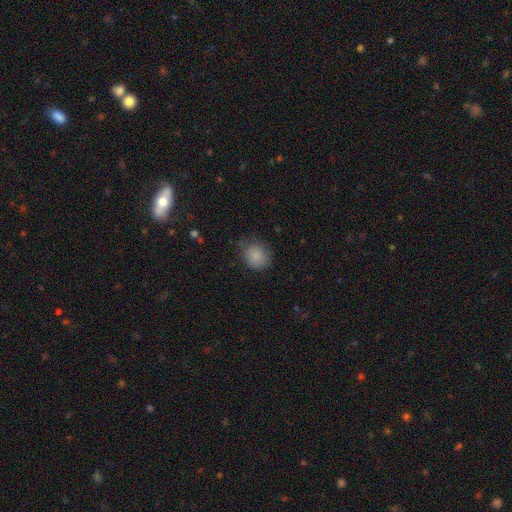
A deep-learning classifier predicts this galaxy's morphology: This appears to be a smooth galaxy with no disk features (84%) that is round (70%). Merging: none (69%).